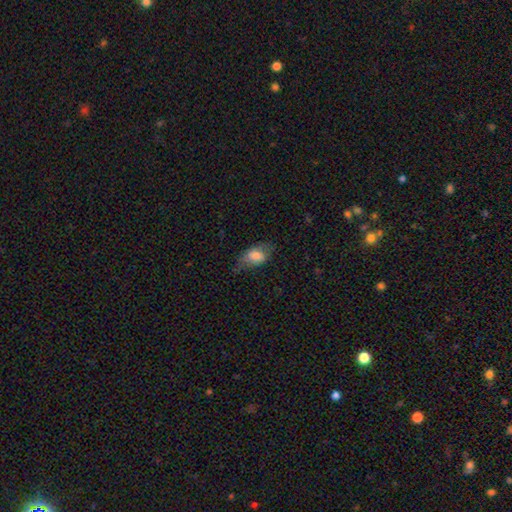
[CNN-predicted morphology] Smooth or featured: smooth — 70% (featured or disk — 22%)
How rounded: in between — 88% (round — 9%)
Merging: none — 56% (minor disturbance — 29%)